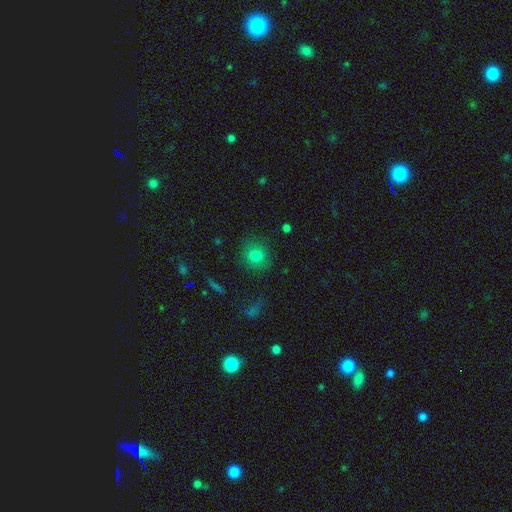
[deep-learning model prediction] smooth-or-featured: smooth: 81% | star or artifact: 12% | featured or disk: 7%
  how-rounded: round: 84% | in between: 14% | cigar-shaped: 1%
  merging: none: 83% | minor disturbance: 11% | major disturbance: 4% | merger: 2%